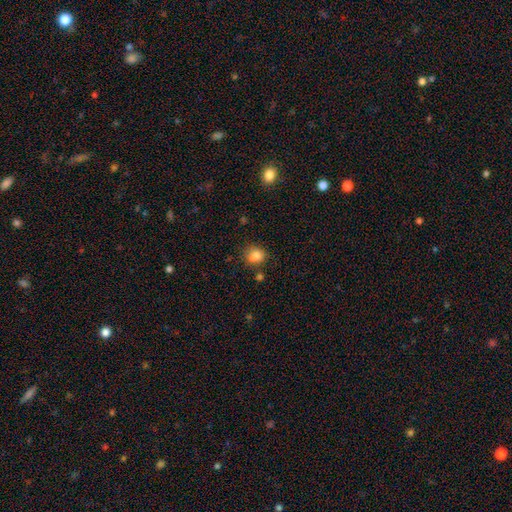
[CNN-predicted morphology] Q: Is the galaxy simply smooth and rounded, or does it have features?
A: smooth — 82%.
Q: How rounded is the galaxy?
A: round — 70%.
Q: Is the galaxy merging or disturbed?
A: none — 69%.